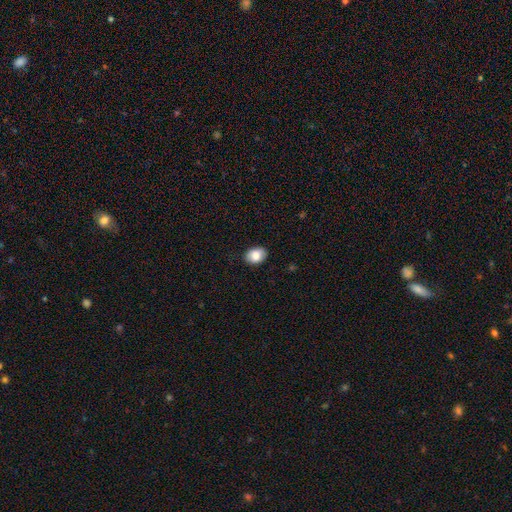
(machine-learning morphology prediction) smooth_or_featured: smooth (p=0.83) [alt: featured or disk p=0.09]
how_rounded: in between (p=0.71) [alt: round p=0.28]
merging: none (p=0.86) [alt: minor disturbance p=0.10]